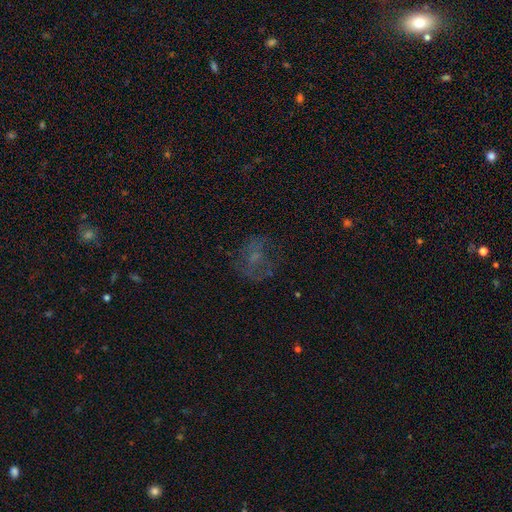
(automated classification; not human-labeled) This appears to be a featured or disk galaxy (38%, tied with smooth). Merging: none (55%).